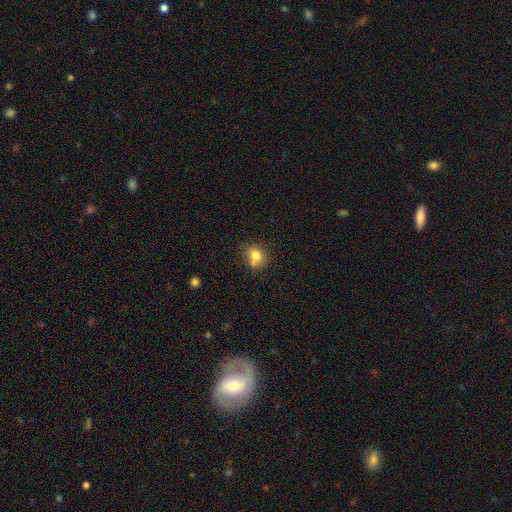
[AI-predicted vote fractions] This is likely a smooth galaxy (78%). How rounded: likely round (70%). Merging: possibly none (57%).